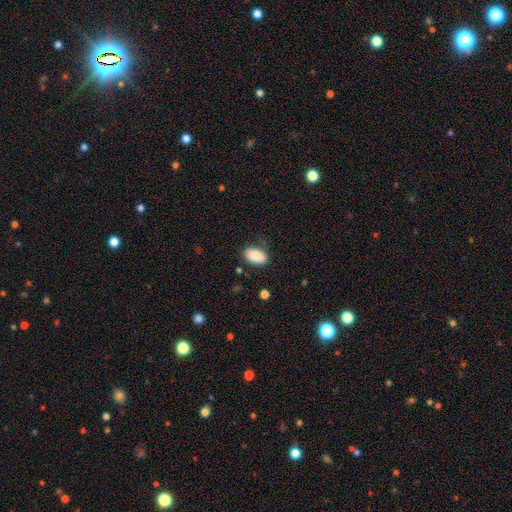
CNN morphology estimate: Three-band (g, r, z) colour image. It shows a smooth galaxy with no disk features (87%) that is in between round and cigar-shaped (93%). Merging: none (77%).